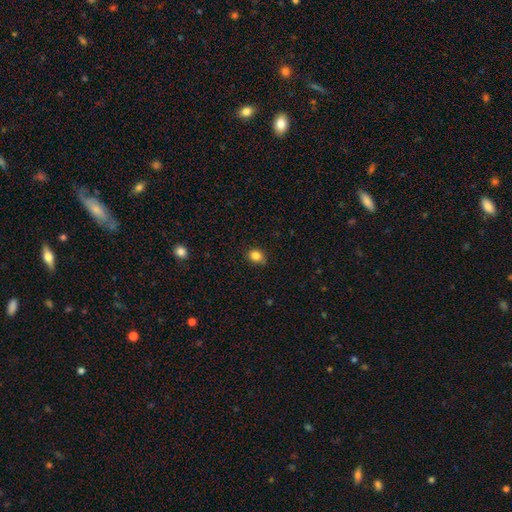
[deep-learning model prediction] Smooth or featured?
  - smooth: 84% *
  - star or artifact: 12%
  - featured or disk: 5%
How rounded?
  - round: 67% *
  - in between: 32%
  - cigar-shaped: 1%
Merging?
  - none: 83% *
  - minor disturbance: 13%
  - major disturbance: 2%
  - merger: 1%